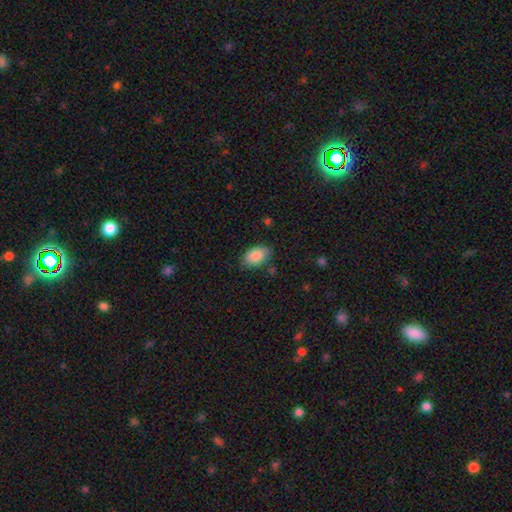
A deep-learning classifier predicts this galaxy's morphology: smooth_or_featured: smooth (p=0.85) [alt: featured or disk p=0.09]
how_rounded: in between (p=0.89) [alt: round p=0.09]
merging: none (p=0.79) [alt: minor disturbance p=0.16]